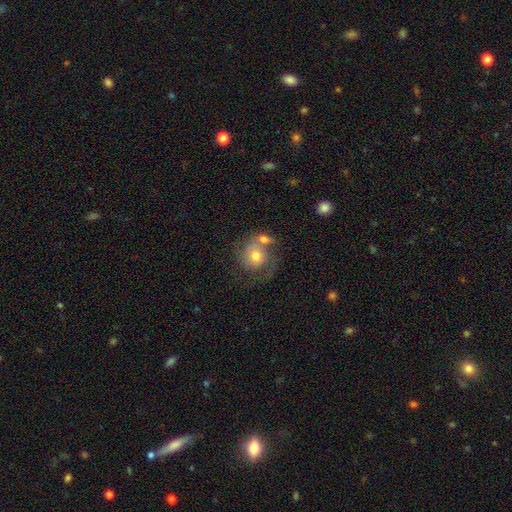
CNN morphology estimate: Smooth or featured? Predicted: featured or disk (p=0.52). Edge-on disk? Predicted: no (p=0.97). Bar? Predicted: no (p=0.79). Spiral arms? Predicted: yes (p=0.76). Bulge size? Predicted: moderate (p=0.69). Merging? Predicted: none (p=0.35, tied with merger).